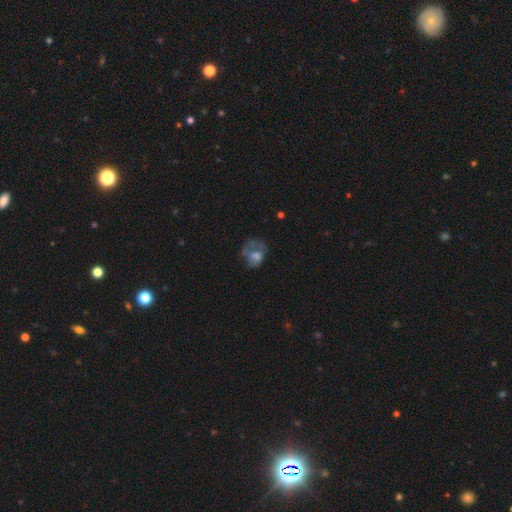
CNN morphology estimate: A smooth galaxy with no disk features (50%) that is round (50%). Merging: major disturbance (40%).